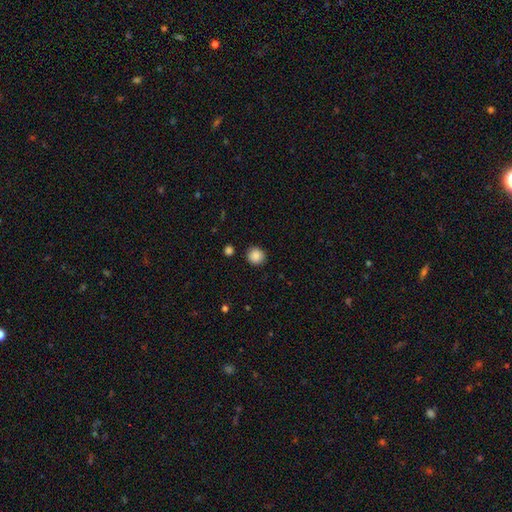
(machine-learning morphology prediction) Smooth or featured: smooth — 88% (star or artifact — 9%)
How rounded: round — 90% (in between — 9%)
Merging: none — 89% (minor disturbance — 7%)